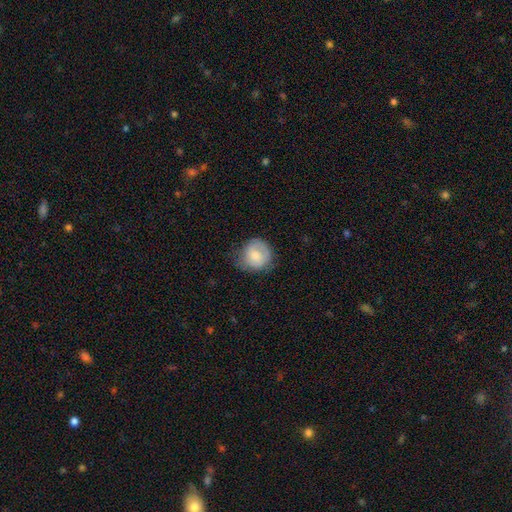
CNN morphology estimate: Overall: smooth (72%). How rounded: round (82%). Merging: none (57%; minor disturbance 30%).